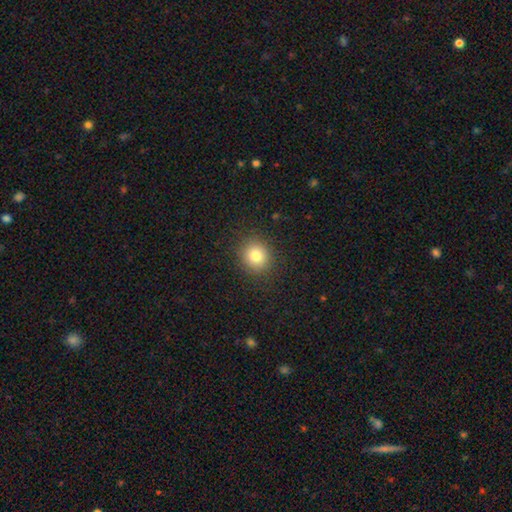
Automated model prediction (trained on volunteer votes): Smooth or featured? smooth (82%)
How rounded? round (83%)
Merging? none (89%)